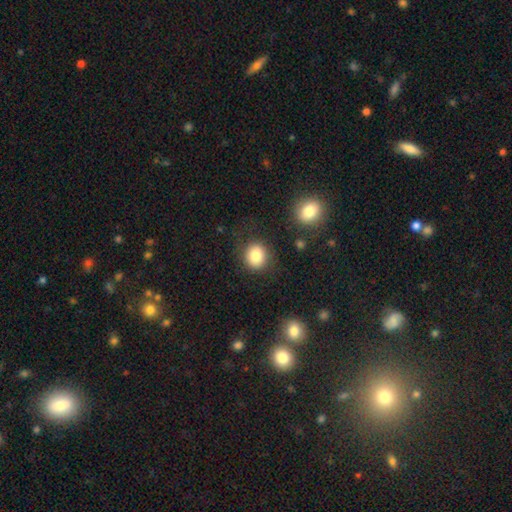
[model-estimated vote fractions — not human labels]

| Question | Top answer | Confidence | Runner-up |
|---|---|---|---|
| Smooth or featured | smooth | 83% | star or artifact (10%) |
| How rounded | round | 77% | in between (22%) |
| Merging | none | 83% | minor disturbance (10%) |